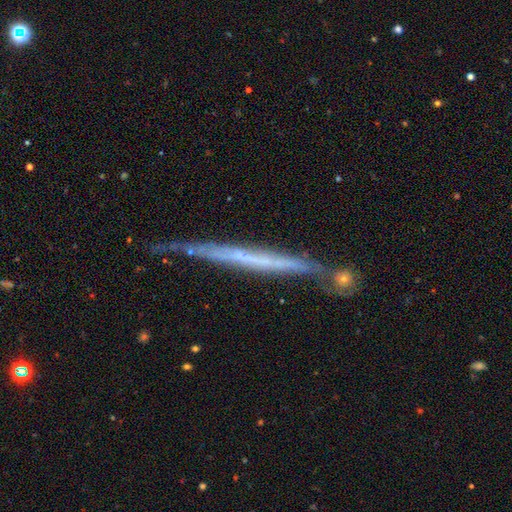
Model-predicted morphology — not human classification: smooth_or_featured: featured or disk (p=0.67) [alt: smooth p=0.26]
disk_edge_on: yes (p=0.94) [alt: no p=0.06]
edge_on_bulge: none (p=0.88) [alt: rounded p=0.07]
merging: none (p=0.69) [alt: minor disturbance p=0.19]